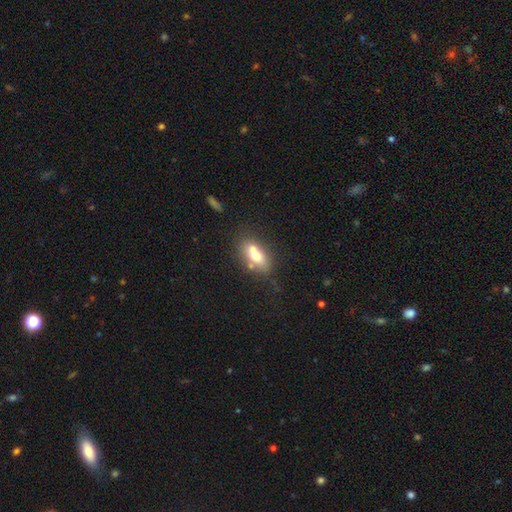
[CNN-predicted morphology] This appears to be a smooth galaxy with no disk features (60%) that is in between round and cigar-shaped (78%). Merging: none (45%).